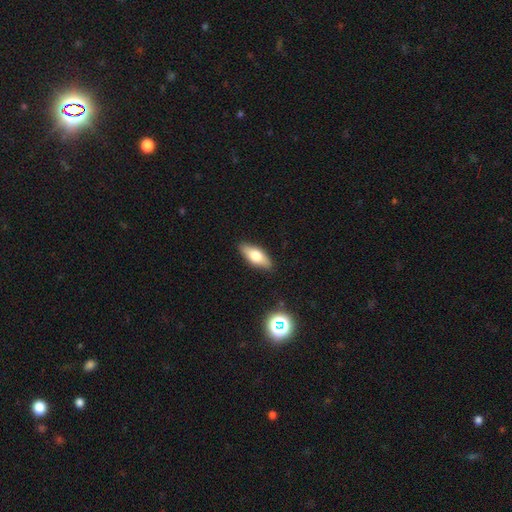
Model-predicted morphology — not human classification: Q: Smooth or featured?
A: smooth (67%); runner-up: featured or disk (26%)
Q: How rounded?
A: in between (75%); runner-up: cigar-shaped (22%)
Q: Merging?
A: none (87%); runner-up: minor disturbance (9%)